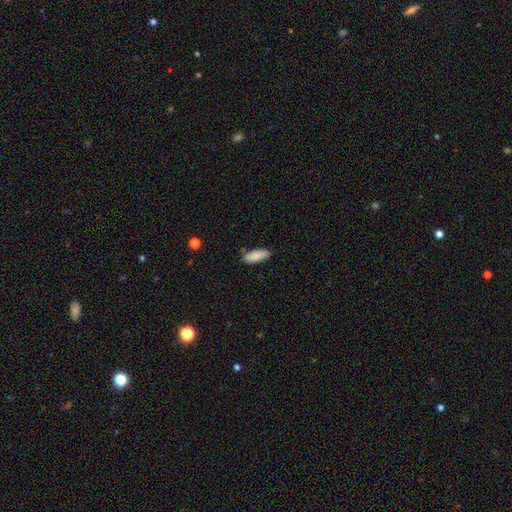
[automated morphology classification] This is clearly a smooth galaxy (87%). How rounded: likely in between (73%). Merging: clearly none (81%).